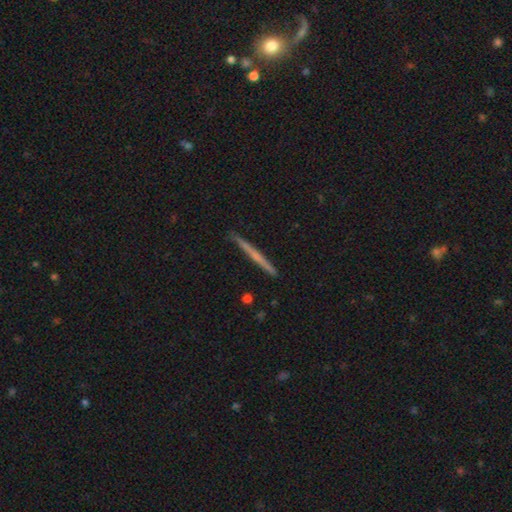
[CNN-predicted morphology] Overall: featured or disk (52%; smooth 42%). Edge-on disk: yes (98%). Edge-on bulge: none (79%). Merging: none (91%).